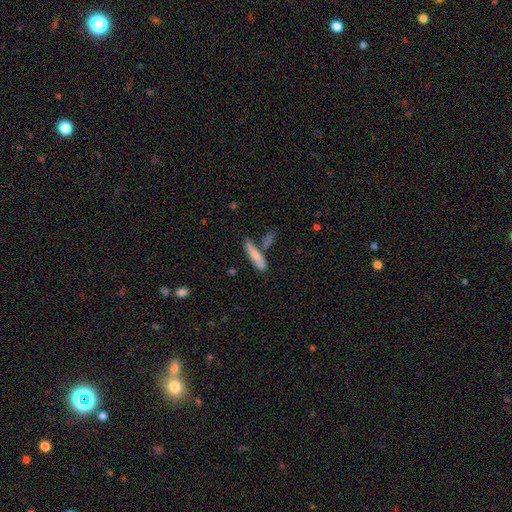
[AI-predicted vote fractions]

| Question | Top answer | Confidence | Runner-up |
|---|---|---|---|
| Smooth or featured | smooth | 75% | featured or disk (18%) |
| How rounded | cigar-shaped | 79% | in between (20%) |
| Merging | none | 61% | merger (17%) |